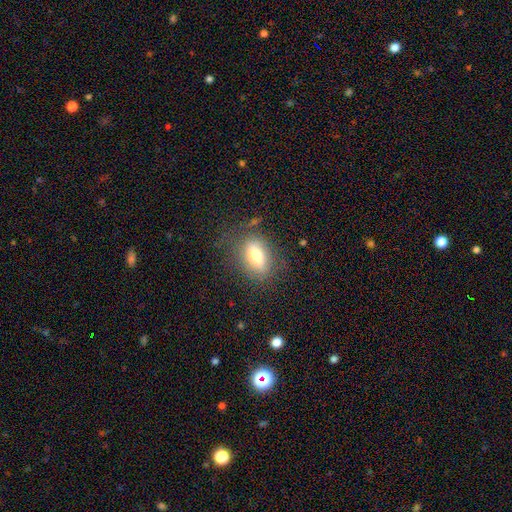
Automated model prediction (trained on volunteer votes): Smooth or featured? Predicted: smooth (p=0.66). How rounded? Predicted: in between (p=0.75). Merging? Predicted: none (p=0.75).